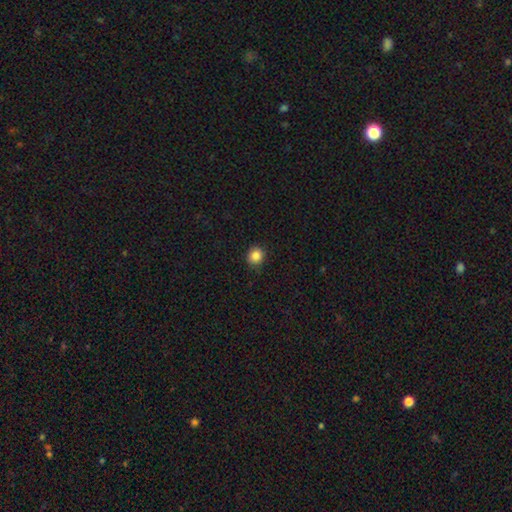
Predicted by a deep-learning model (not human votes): smooth 86%, star or artifact 10%, featured or disk 4%. Down the decision tree: how rounded — round (82%); merging — none (84%).